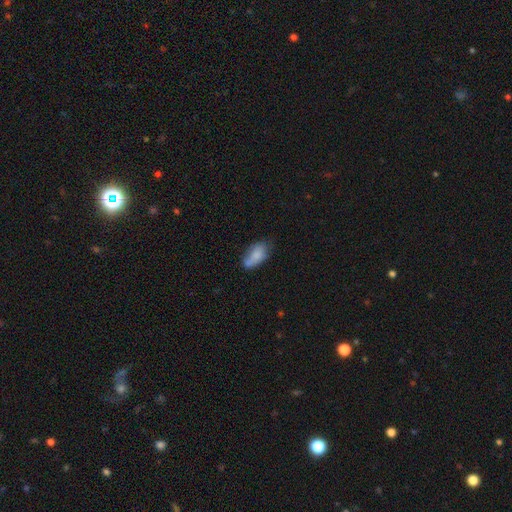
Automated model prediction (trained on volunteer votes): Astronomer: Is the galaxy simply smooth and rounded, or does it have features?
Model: smooth — 76%.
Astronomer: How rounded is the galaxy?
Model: in between — 90%.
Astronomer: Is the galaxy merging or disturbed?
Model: none — 45% (runner-up: minor disturbance, 29%).